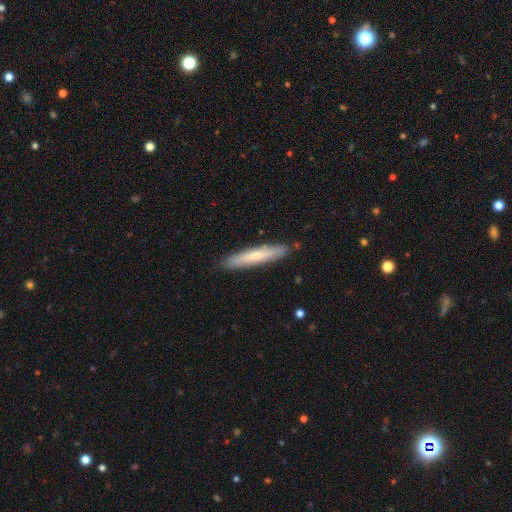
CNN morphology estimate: smooth_or_featured: smooth (p=0.65) [alt: featured or disk p=0.29]
how_rounded: cigar-shaped (p=0.90) [alt: in between p=0.09]
merging: none (p=0.87) [alt: minor disturbance p=0.10]